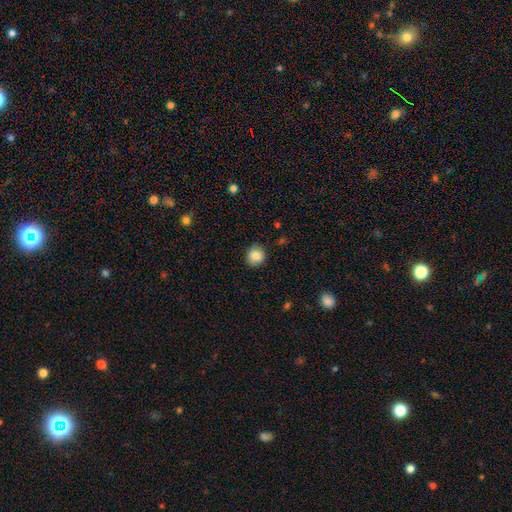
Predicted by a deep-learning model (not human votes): smooth_or_featured: smooth (p=0.85) [alt: star or artifact p=0.09]
how_rounded: round (p=0.86) [alt: in between p=0.13]
merging: none (p=0.87) [alt: minor disturbance p=0.10]